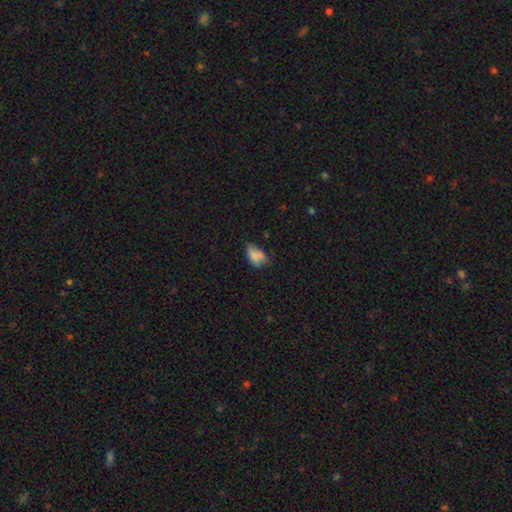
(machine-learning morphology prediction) A smooth galaxy with no disk features (72%) that is in between round and cigar-shaped (88%). Merging: none (38%, tied with minor disturbance).